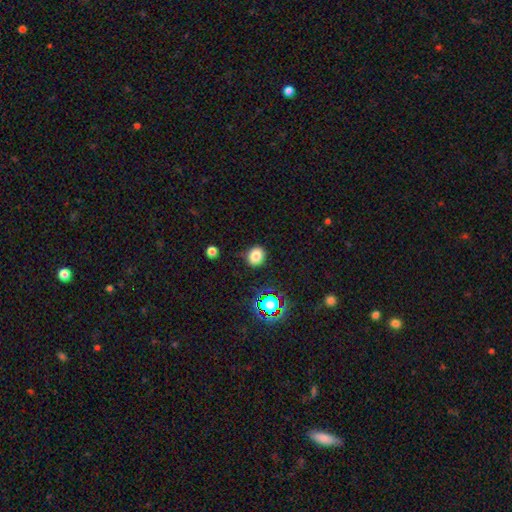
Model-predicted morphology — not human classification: Q: Smooth or featured?
A: smooth (80%); runner-up: star or artifact (14%)
Q: How rounded?
A: round (66%); runner-up: in between (33%)
Q: Merging?
A: none (82%); runner-up: minor disturbance (13%)